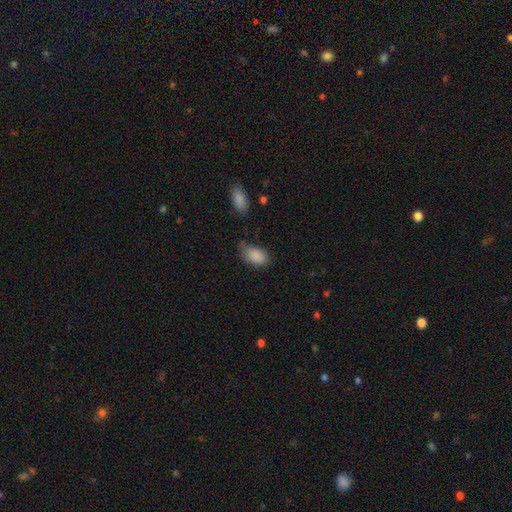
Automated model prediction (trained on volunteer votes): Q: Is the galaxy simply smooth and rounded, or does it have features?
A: smooth — 88%.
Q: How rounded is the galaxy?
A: in between — 92%.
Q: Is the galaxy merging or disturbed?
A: none — 63%.